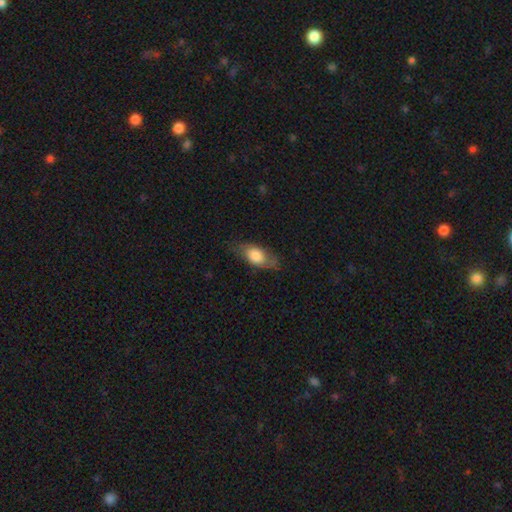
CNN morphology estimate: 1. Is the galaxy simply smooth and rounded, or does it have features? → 67% smooth, 26% featured or disk, 7% star or artifact.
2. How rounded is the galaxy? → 83% in between, 8% round, 8% cigar-shaped.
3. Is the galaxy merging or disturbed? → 68% none, 22% minor disturbance, 8% major disturbance, 1% merger.